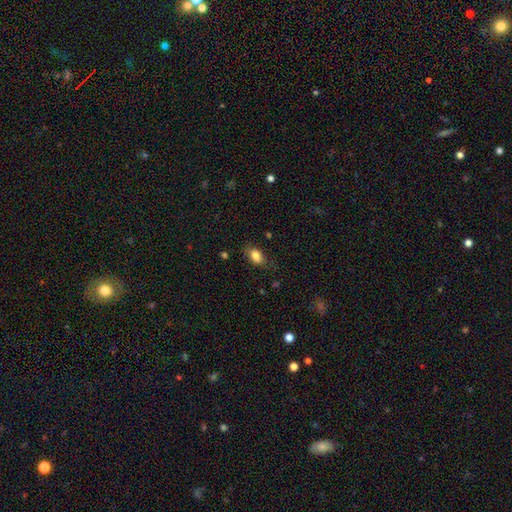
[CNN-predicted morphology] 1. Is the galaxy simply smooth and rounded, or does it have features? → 83% smooth, 9% star or artifact, 8% featured or disk.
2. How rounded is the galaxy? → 85% in between, 12% round, 3% cigar-shaped.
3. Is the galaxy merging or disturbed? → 75% none, 19% minor disturbance, 5% major disturbance, 1% merger.